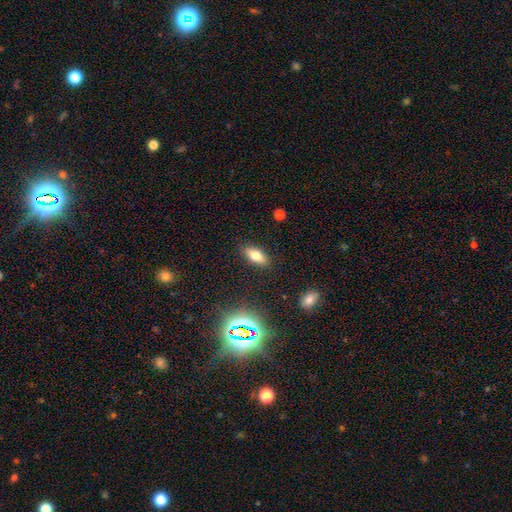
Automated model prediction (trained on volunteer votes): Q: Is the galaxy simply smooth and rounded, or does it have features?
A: smooth — 70%.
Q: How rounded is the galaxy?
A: in between — 81%.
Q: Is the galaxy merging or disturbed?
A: none — 88%.